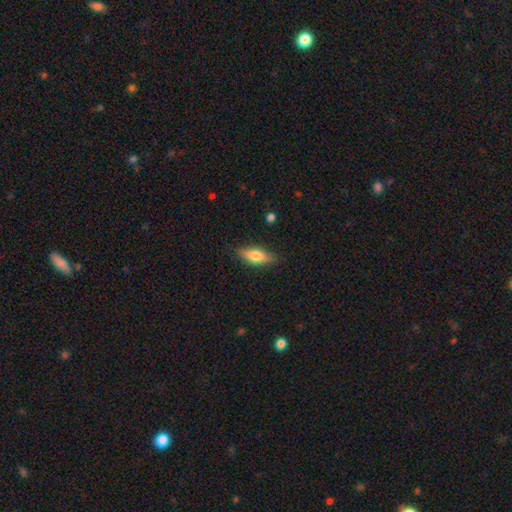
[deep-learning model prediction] smooth-or-featured: smooth: 61% | featured or disk: 31% | star or artifact: 7%
  how-rounded: in between: 67% | cigar-shaped: 29% | round: 4%
  merging: none: 83% | minor disturbance: 13% | major disturbance: 3% | merger: 1%